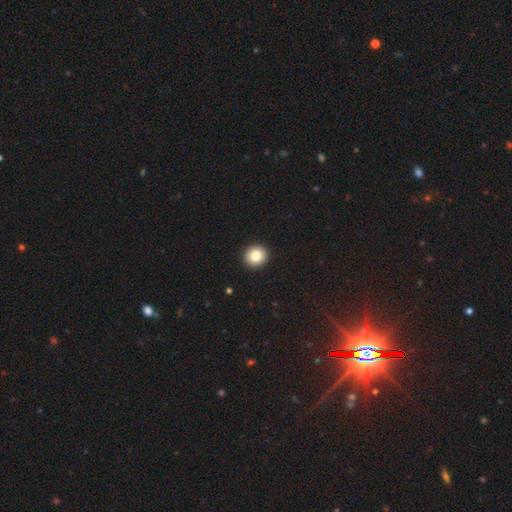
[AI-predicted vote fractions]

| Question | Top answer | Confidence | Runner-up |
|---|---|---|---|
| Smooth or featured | smooth | 84% | star or artifact (9%) |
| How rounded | round | 87% | in between (12%) |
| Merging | none | 93% | minor disturbance (4%) |